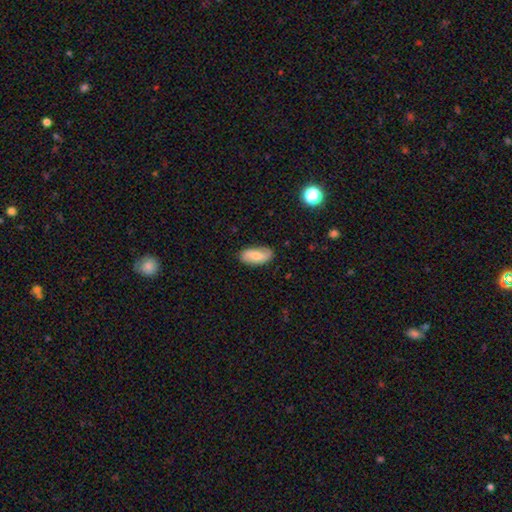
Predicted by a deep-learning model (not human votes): A smooth galaxy with no disk features (64%) that is in between round and cigar-shaped (91%).

Vote fractions:
- Smooth or featured? smooth: 64% / featured or disk: 29% / star or artifact: 7%
- How rounded? in between: 91% / cigar-shaped: 6% / round: 3%
- Merging? none: 81% / minor disturbance: 15% / major disturbance: 3% / merger: 1%